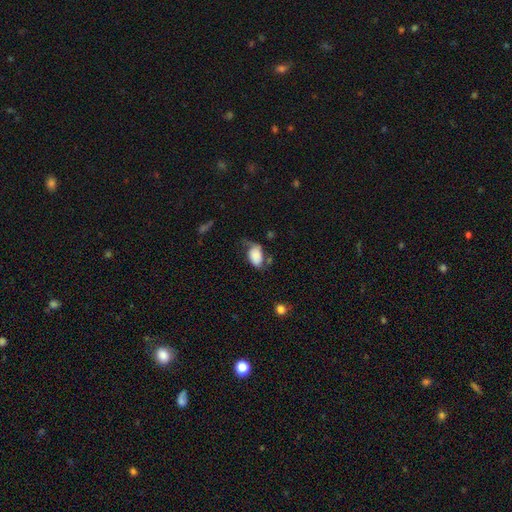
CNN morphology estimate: smooth-or-featured: smooth: 76% | featured or disk: 16% | star or artifact: 8%
  how-rounded: in between: 90% | round: 8% | cigar-shaped: 2%
  merging: none: 37% | minor disturbance: 35% | major disturbance: 22% | merger: 6%